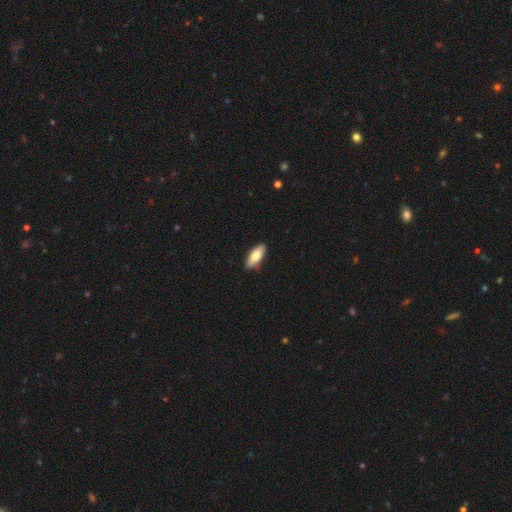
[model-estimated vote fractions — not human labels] Smooth or featured? smooth (79%)
How rounded? in between (76%)
Merging? none (88%)